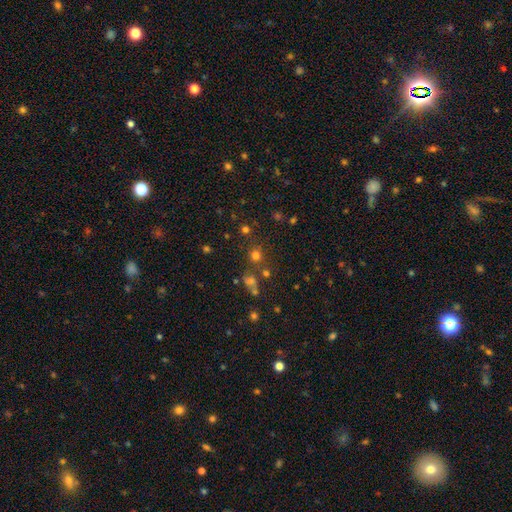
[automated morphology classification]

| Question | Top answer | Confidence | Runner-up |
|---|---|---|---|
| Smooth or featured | smooth | 65% | star or artifact (27%) |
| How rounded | round | 89% | in between (10%) |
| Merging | none | 73% | merger (14%) |